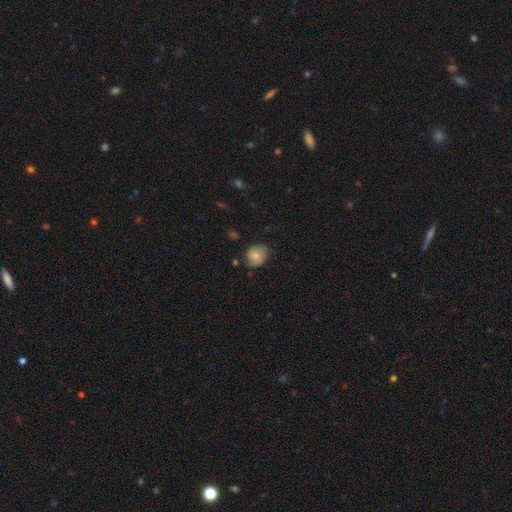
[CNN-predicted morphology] Smooth or featured: smooth — 75% (featured or disk — 16%)
How rounded: round — 70% (in between — 29%)
Merging: none — 70% (minor disturbance — 23%)